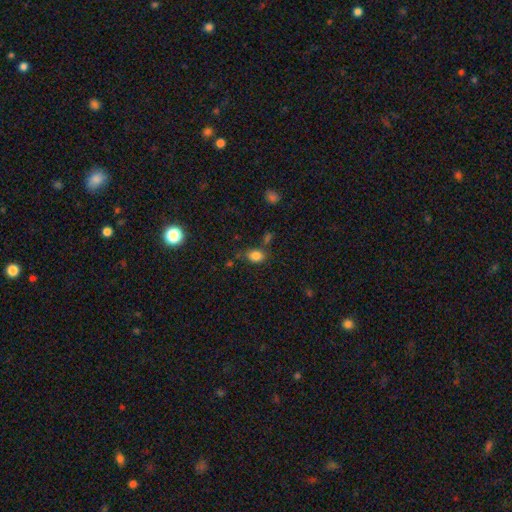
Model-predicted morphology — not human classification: Smooth or featured: smooth — 83% (star or artifact — 11%)
How rounded: in between — 71% (round — 28%)
Merging: none — 69% (minor disturbance — 17%)